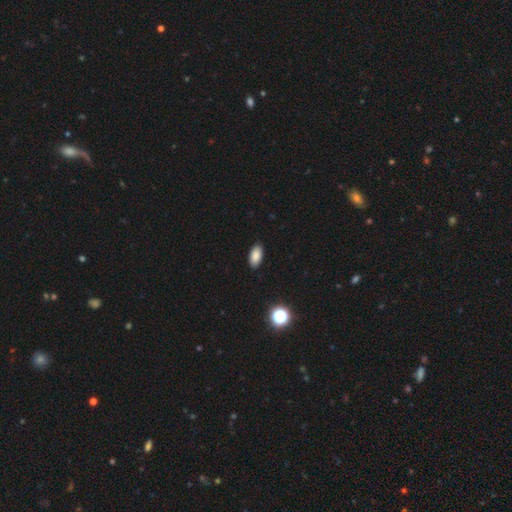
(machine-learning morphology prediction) smooth 86%, star or artifact 9%, featured or disk 5%. Down the decision tree: how rounded — in between (94%); merging — none (89%).